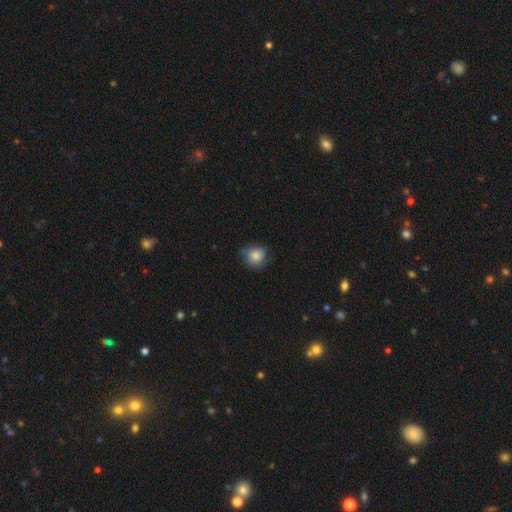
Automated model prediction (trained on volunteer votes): Smooth or featured? Predicted: smooth (p=0.83). How rounded? Predicted: round (p=0.85). Merging? Predicted: none (p=0.71).